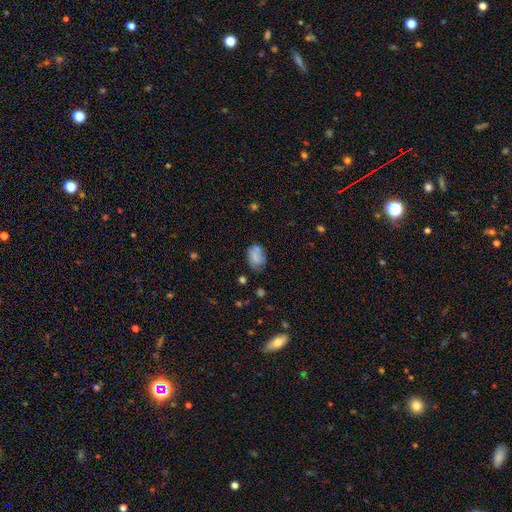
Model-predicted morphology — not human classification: Smooth or featured?
  - smooth: 74% *
  - featured or disk: 16%
  - star or artifact: 10%
How rounded?
  - in between: 77% *
  - round: 22%
  - cigar-shaped: 1%
Merging?
  - none: 50% *
  - minor disturbance: 24%
  - merger: 17%
  - major disturbance: 10%